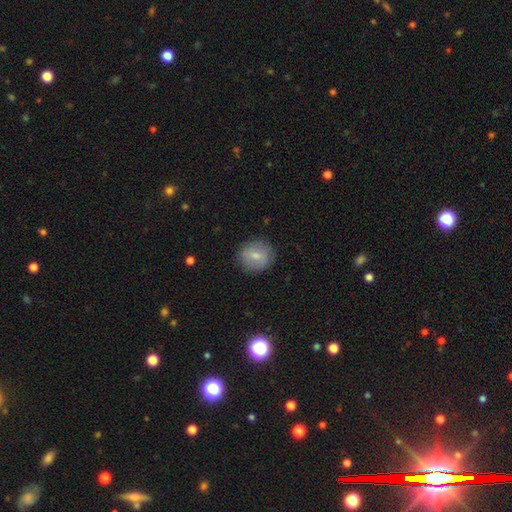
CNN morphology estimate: smooth_or_featured: smooth (p=0.72) [alt: featured or disk p=0.20]
how_rounded: round (p=0.86) [alt: in between p=0.13]
merging: none (p=0.85) [alt: minor disturbance p=0.11]